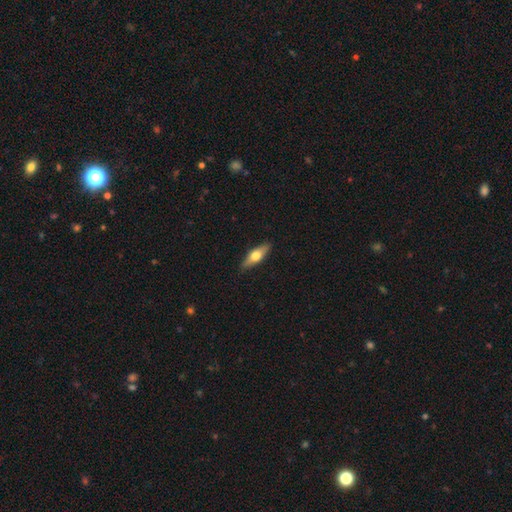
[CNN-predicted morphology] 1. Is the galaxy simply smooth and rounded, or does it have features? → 48% smooth, 46% featured or disk, 6% star or artifact.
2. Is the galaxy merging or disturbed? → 89% none, 9% minor disturbance, 2% major disturbance, 1% merger.